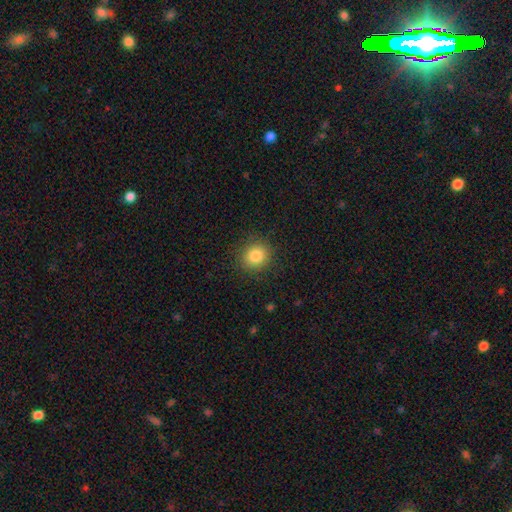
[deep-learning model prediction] smooth-or-featured: smooth: 84% | star or artifact: 10% | featured or disk: 6%
  how-rounded: round: 84% | in between: 15% | cigar-shaped: 1%
  merging: none: 89% | minor disturbance: 8% | major disturbance: 3% | merger: 1%